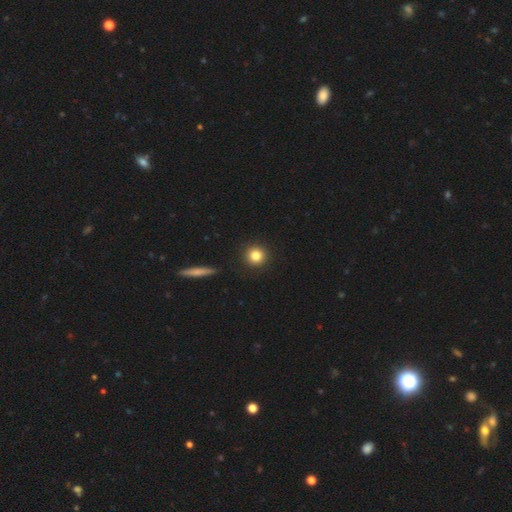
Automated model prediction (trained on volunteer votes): Smooth or featured?
  - smooth: 82% *
  - star or artifact: 11%
  - featured or disk: 7%
How rounded?
  - round: 94% *
  - in between: 5%
  - cigar-shaped: 1%
Merging?
  - none: 92% *
  - minor disturbance: 5%
  - major disturbance: 2%
  - merger: 1%